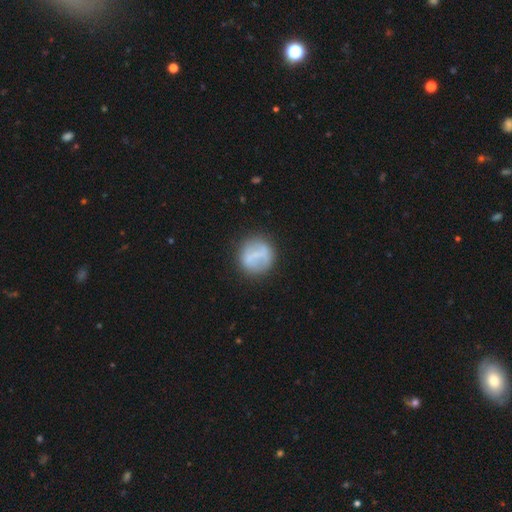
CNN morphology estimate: Smooth or featured? smooth (57%)
How rounded? round (88%)
Merging? none (77%)